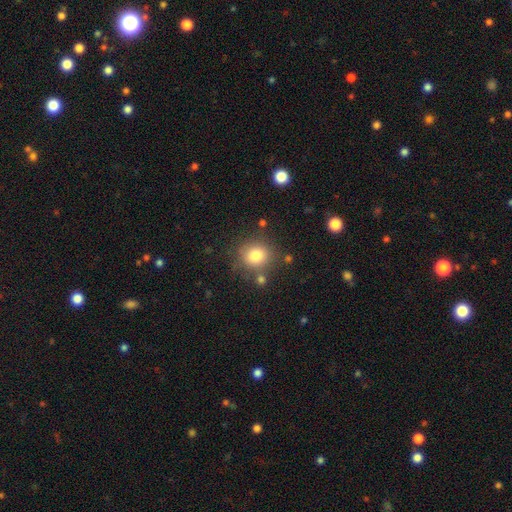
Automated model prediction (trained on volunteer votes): Overall: smooth (80%). How rounded: round (84%). Merging: none (76%).